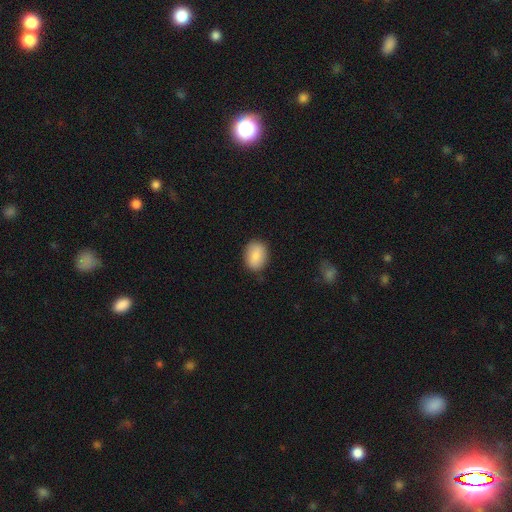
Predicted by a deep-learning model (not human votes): smooth 85%, featured or disk 8%, star or artifact 7%. Down the decision tree: how rounded — in between (71%); merging — none (83%).